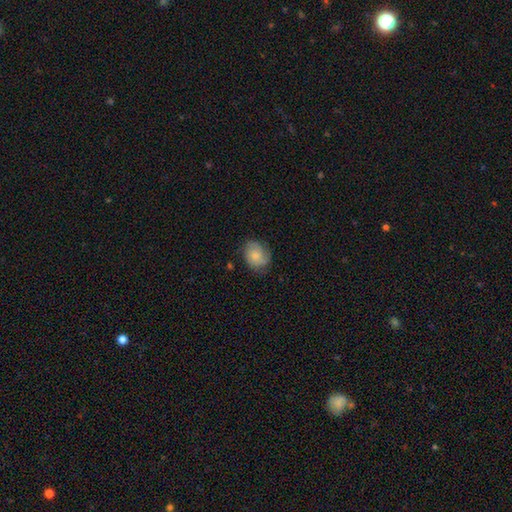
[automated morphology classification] Smooth or featured? Predicted: smooth (p=0.63). How rounded? Predicted: in between (p=0.50). Merging? Predicted: none (p=0.66).